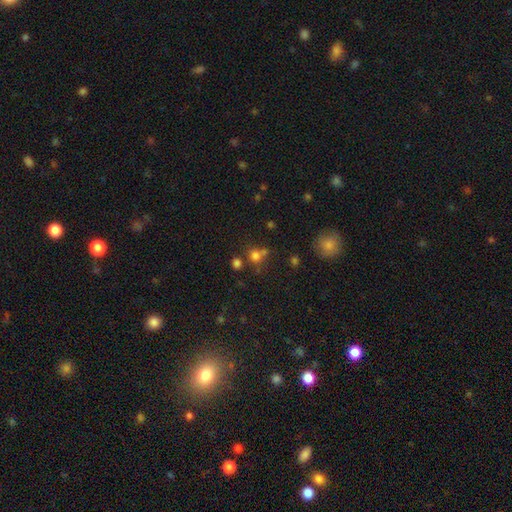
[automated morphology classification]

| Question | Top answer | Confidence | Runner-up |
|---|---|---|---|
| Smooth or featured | smooth | 71% | star or artifact (21%) |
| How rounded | round | 84% | in between (15%) |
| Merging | none | 57% | merger (28%) |